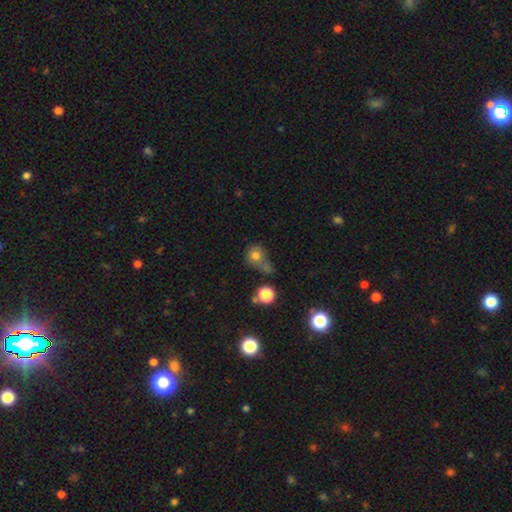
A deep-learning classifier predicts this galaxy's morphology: Overall: smooth (75%). How rounded: round (80%). Merging: none (41%; merger 33%).